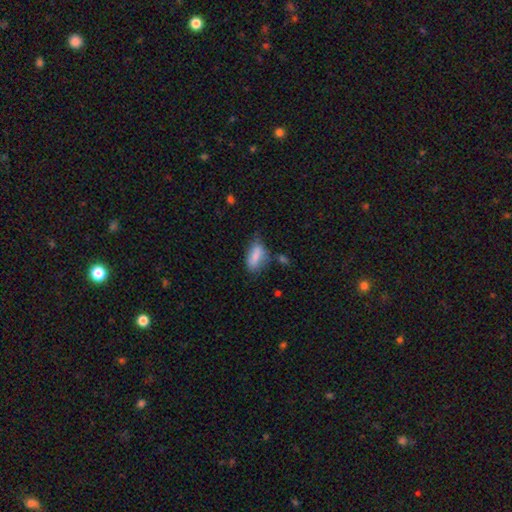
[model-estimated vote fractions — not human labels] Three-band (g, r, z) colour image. It shows a smooth galaxy with no disk features (79%) that is in between round and cigar-shaped (83%). Merging: none (49%).